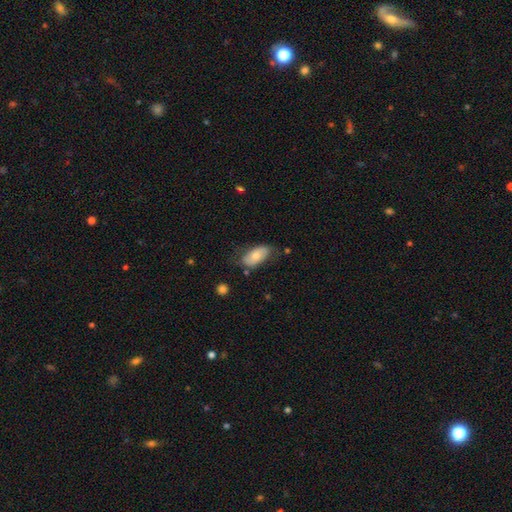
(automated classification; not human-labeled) Overall: smooth (65%; featured or disk 28%). How rounded: in between (92%). Merging: none (63%; minor disturbance 26%).